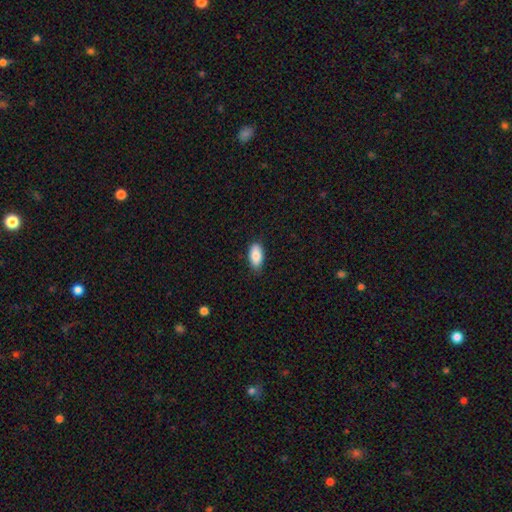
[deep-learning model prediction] This is clearly a smooth galaxy (87%). How rounded: clearly in between (92%). Merging: clearly none (81%).